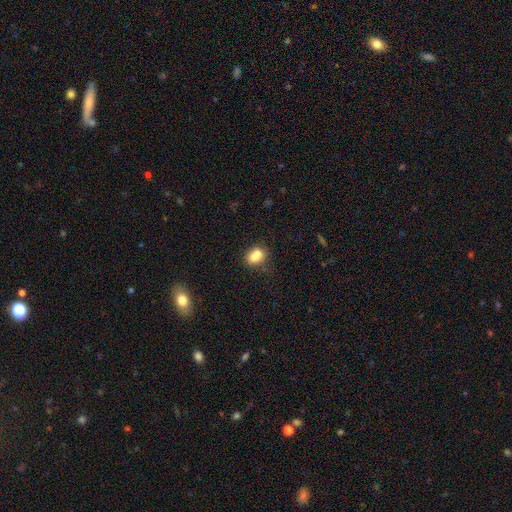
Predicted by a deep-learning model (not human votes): This appears to be a smooth galaxy with no disk features (75%) that is in between round and cigar-shaped (57%). Merging: merger (44%).